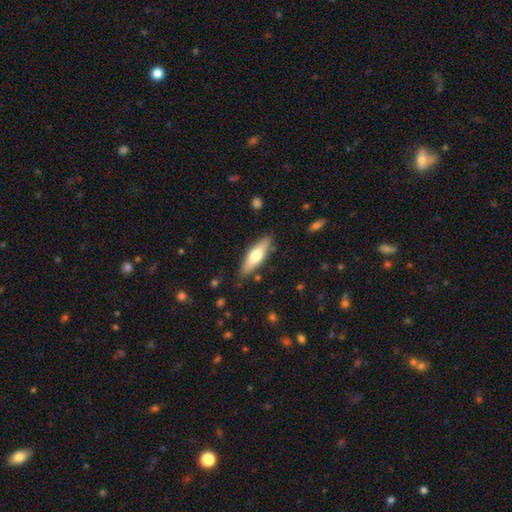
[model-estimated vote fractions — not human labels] Overall: smooth (56%; featured or disk 38%). How rounded: cigar-shaped (54%; in between 44%). Merging: none (85%).